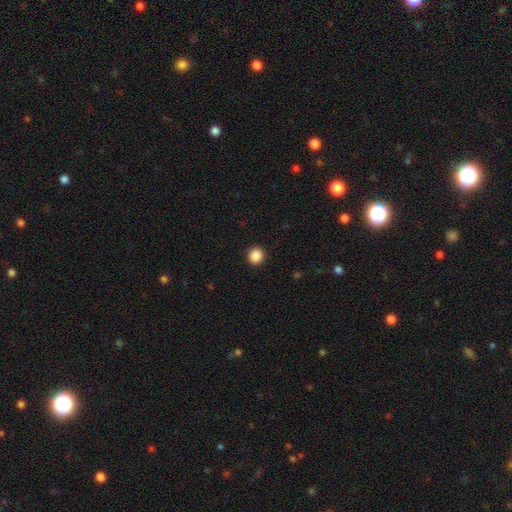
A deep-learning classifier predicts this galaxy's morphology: Smooth or featured: smooth — 89% (star or artifact — 9%)
How rounded: round — 86% (in between — 13%)
Merging: none — 92% (minor disturbance — 5%)